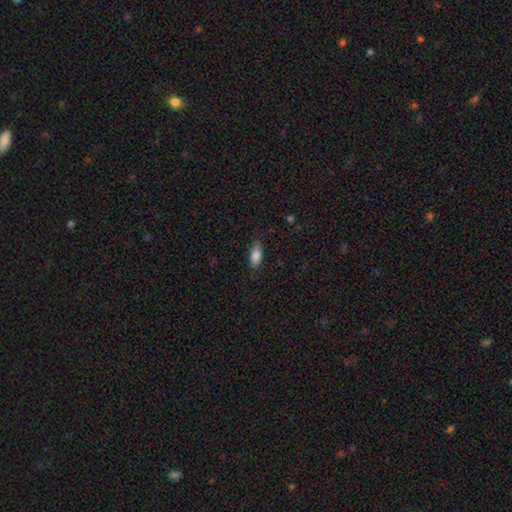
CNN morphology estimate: type=smooth (83%); roundness=in between (85%); merging=none (83%).